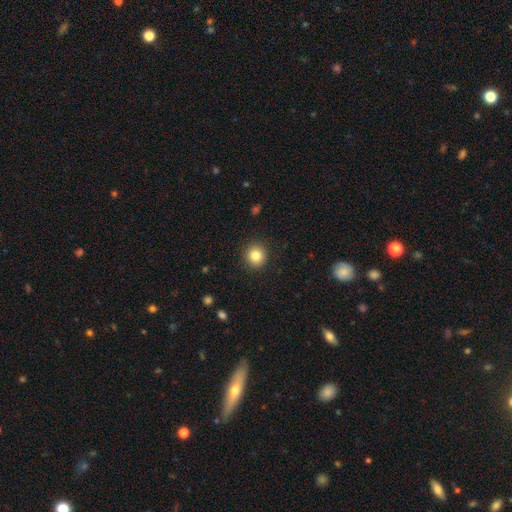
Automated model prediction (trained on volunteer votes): Smooth or featured? Predicted: smooth (p=0.83). How rounded? Predicted: round (p=0.92). Merging? Predicted: none (p=0.91).